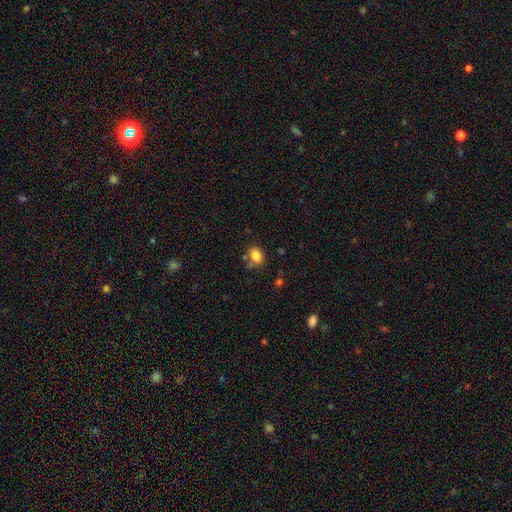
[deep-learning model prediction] Overall: smooth (84%). How rounded: in between (73%). Merging: none (70%).